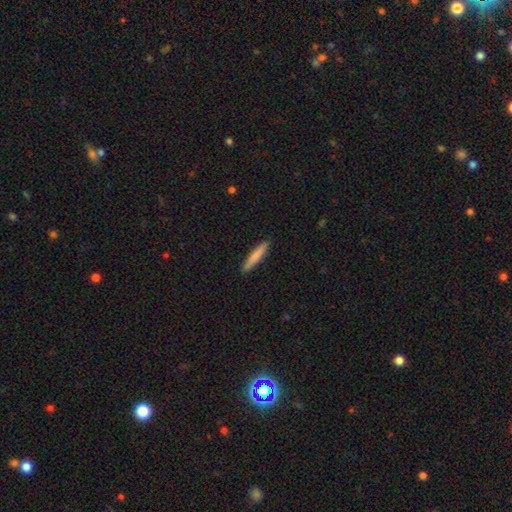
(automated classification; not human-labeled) Smooth or featured: smooth — 79% (featured or disk — 15%)
How rounded: cigar-shaped — 92% (in between — 7%)
Merging: none — 90% (minor disturbance — 7%)